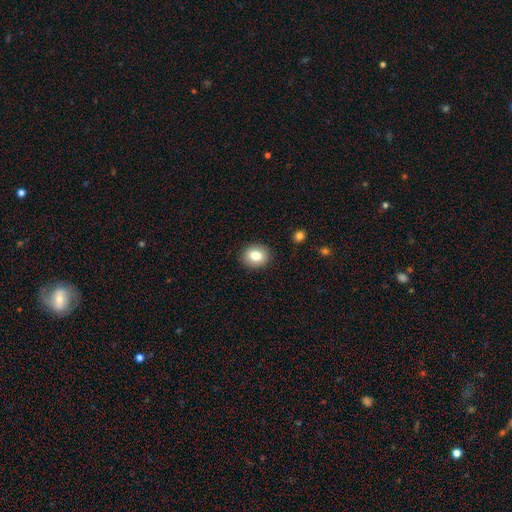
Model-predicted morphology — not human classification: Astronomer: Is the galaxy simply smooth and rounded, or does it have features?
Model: smooth — 81%.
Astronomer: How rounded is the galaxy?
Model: round — 66%.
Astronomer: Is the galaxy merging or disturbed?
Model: none — 90%.